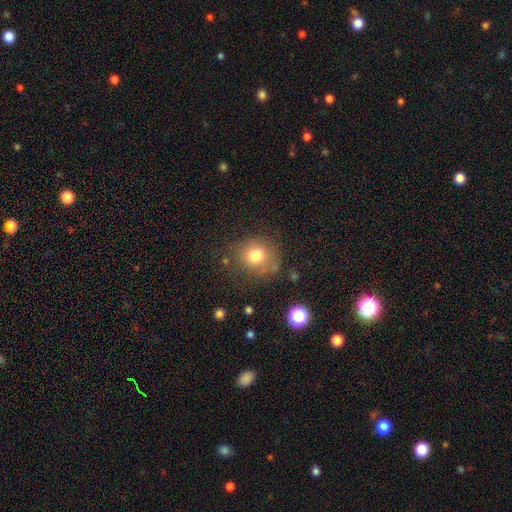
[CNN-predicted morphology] smooth_or_featured: smooth (p=0.77) [alt: featured or disk p=0.12]
how_rounded: round (p=0.82) [alt: in between p=0.17]
merging: none (p=0.69) [alt: minor disturbance p=0.18]